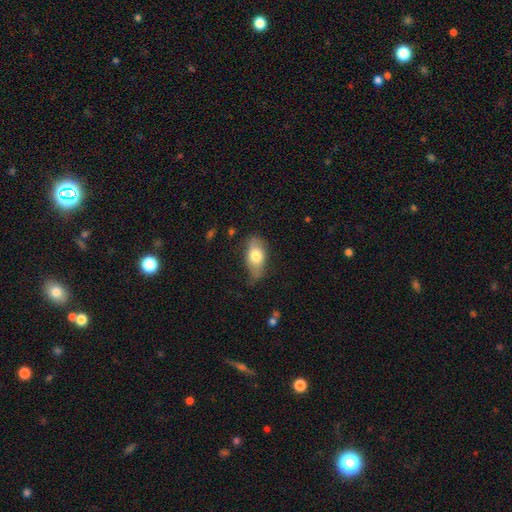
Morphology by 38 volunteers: Smooth or featured? 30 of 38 (79%) said smooth. How rounded? 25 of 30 (83%) said in between. Merging? 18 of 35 (51%) said none.